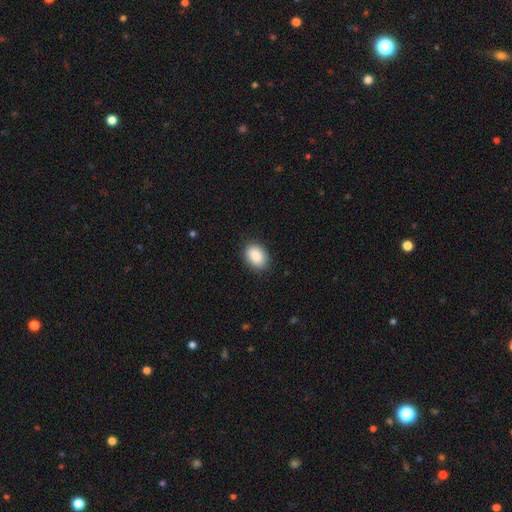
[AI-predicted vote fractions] Smooth or featured: smooth — 90% (star or artifact — 7%)
How rounded: in between — 82% (round — 17%)
Merging: none — 88% (minor disturbance — 9%)